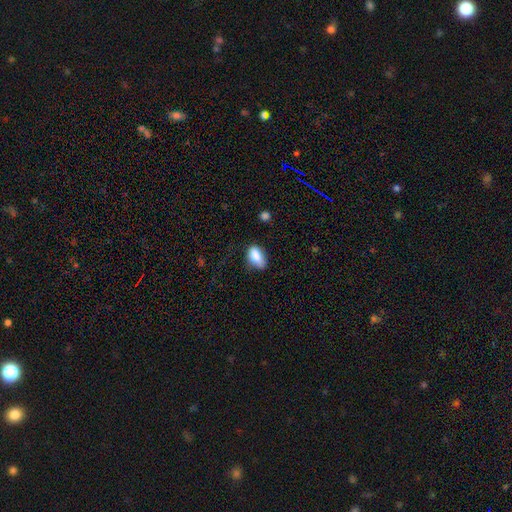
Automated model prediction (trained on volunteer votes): smooth 83%, featured or disk 9%, star or artifact 8%. Down the decision tree: how rounded — in between (89%); merging — none (56%).